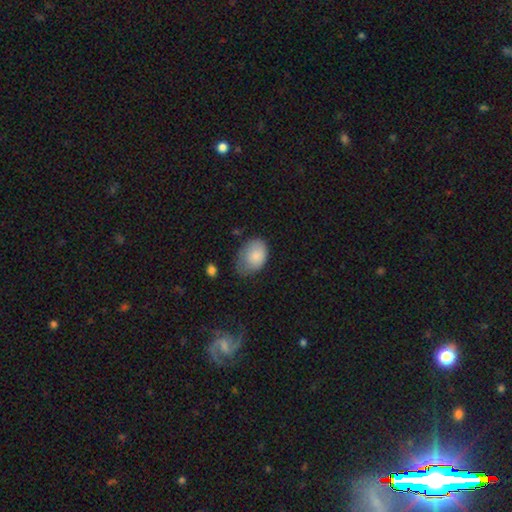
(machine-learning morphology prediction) smooth_or_featured: smooth (p=0.84) [alt: featured or disk p=0.09]
how_rounded: in between (p=0.77) [alt: round p=0.22]
merging: none (p=0.42) [alt: minor disturbance p=0.41]